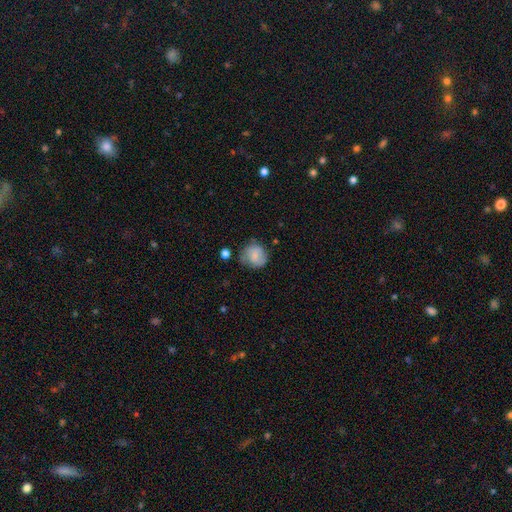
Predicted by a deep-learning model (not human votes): Overall: smooth (69%). How rounded: round (81%). Merging: none (61%; minor disturbance 26%).